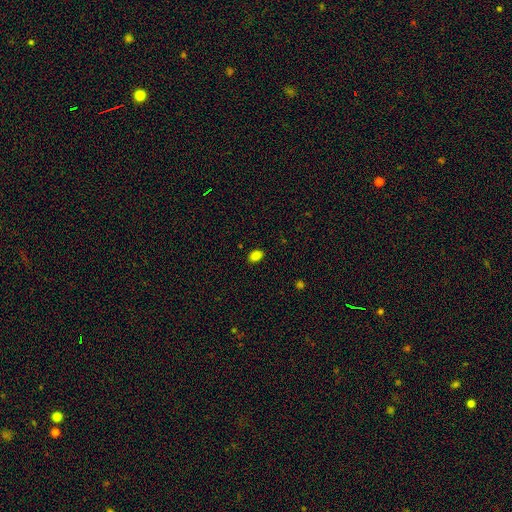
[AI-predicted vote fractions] The model was most divided on "how rounded": in between: 81%, round: 18%, cigar-shaped: 1%. More confident: merging — none (87%); smooth or featured — smooth (84%).